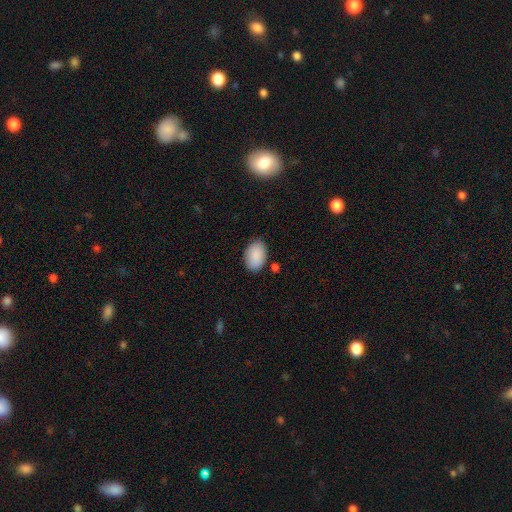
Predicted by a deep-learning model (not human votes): Morphology: type=smooth (90%); roundness=in between (90%); merging=none (82%).